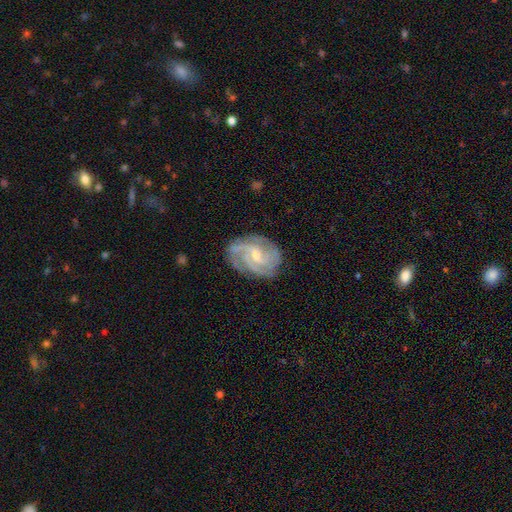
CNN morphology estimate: Smooth or featured?
  - featured or disk: 88% *
  - smooth: 7%
  - star or artifact: 5%
Edge-on disk?
  - no: 98% *
  - yes: 2%
Bar?
  - weak: 47% *
  - no: 44%
  - strong: 9%
Spiral arms?
  - yes: 98% *
  - no: 2%
Spiral winding?
  - tight: 54% *
  - medium: 39%
  - loose: 8%
Spiral arm count?
  - 3: 38% *
  - 2: 18%
  - 4: 18%
  - can't tell: 16%
  - more than 4: 5%
  - 1: 5%
Bulge size?
  - small: 59% *
  - moderate: 37%
  - none: 2%
  - large: 1%
  - dominant: 1%
Merging?
  - none: 76% *
  - minor disturbance: 17%
  - major disturbance: 5%
  - merger: 1%